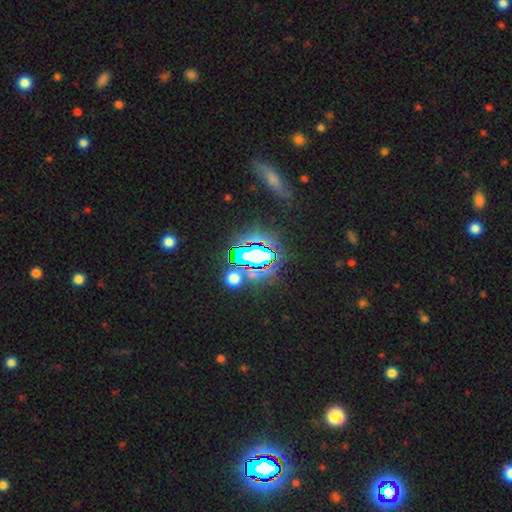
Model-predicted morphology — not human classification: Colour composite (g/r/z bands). It shows a star or artifact, not a galaxy (69%).